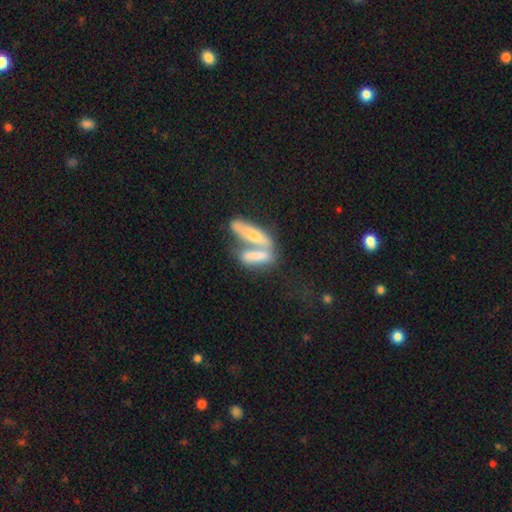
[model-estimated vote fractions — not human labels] Overall: smooth (60%; featured or disk 32%). How rounded: cigar-shaped (59%; in between 37%). Merging: merger (63%).